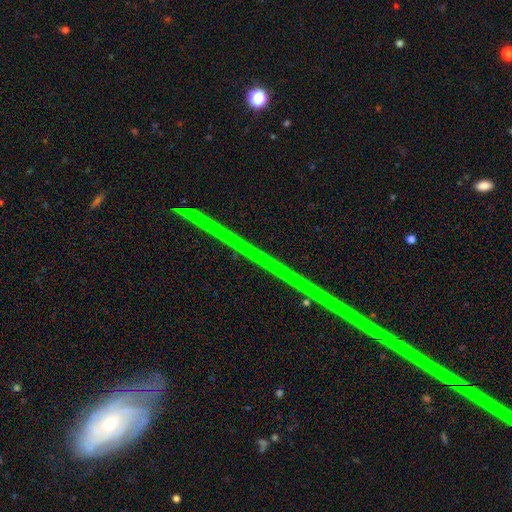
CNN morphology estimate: type=star or artifact (80%).